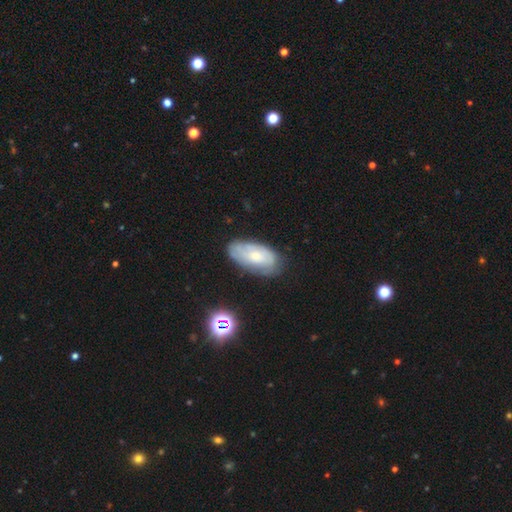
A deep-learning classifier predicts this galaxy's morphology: Smooth or featured? Predicted: smooth (p=0.49). Merging? Predicted: none (p=0.67).